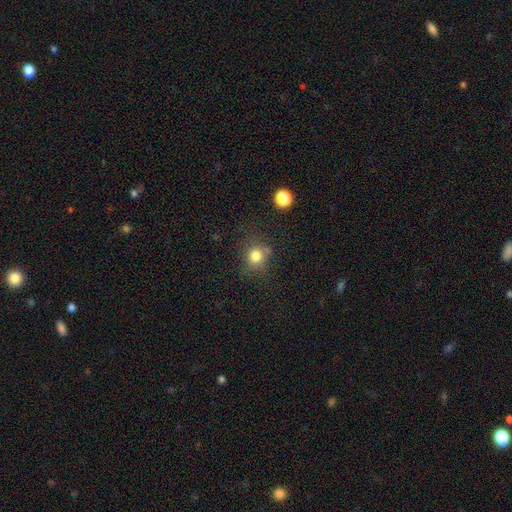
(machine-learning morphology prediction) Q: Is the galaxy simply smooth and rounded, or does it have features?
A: smooth — 79%.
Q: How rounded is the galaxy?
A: round — 82%.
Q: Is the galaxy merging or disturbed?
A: none — 73%.